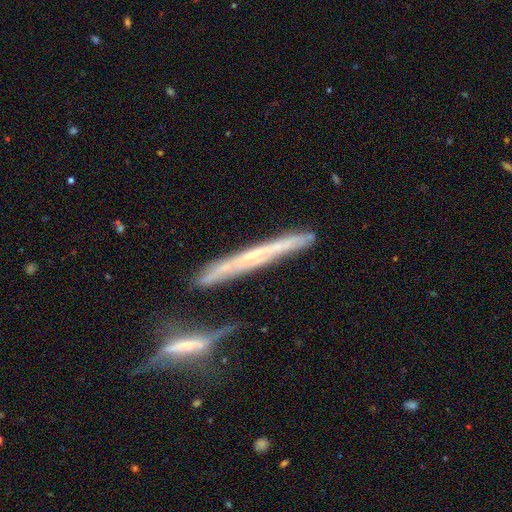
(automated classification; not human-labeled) featured or disk 64%, smooth 28%, star or artifact 8%. Down the decision tree: edge-on disk — yes (90%); edge-on bulge — none (72%); merging — none (72%).